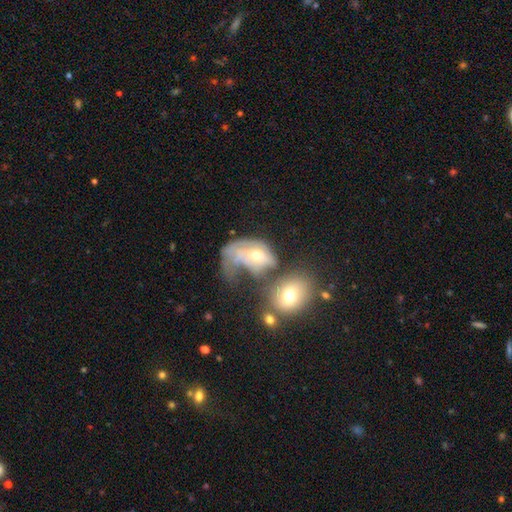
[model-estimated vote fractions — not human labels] Q: Smooth or featured?
A: featured or disk (53%); runner-up: smooth (37%)
Q: Edge-on disk?
A: no (95%); runner-up: yes (5%)
Q: Bar?
A: no (74%); runner-up: weak (21%)
Q: Spiral arms?
A: yes (52%); runner-up: no (48%)
Q: Bulge size?
A: moderate (54%); runner-up: small (37%)
Q: Merging?
A: major disturbance (44%); runner-up: merger (29%)